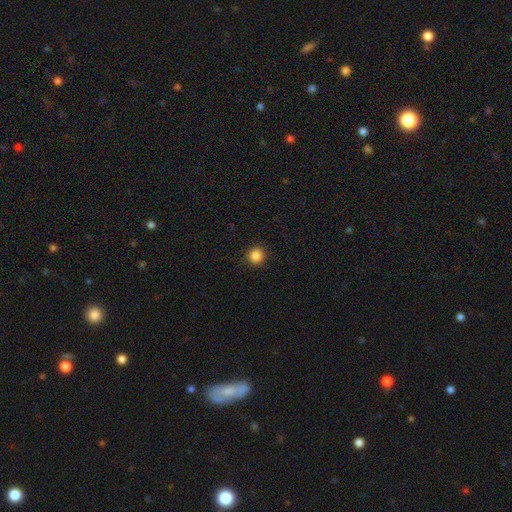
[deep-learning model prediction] Smooth or featured: smooth — 86% (star or artifact — 11%)
How rounded: round — 94% (in between — 5%)
Merging: none — 92% (minor disturbance — 5%)